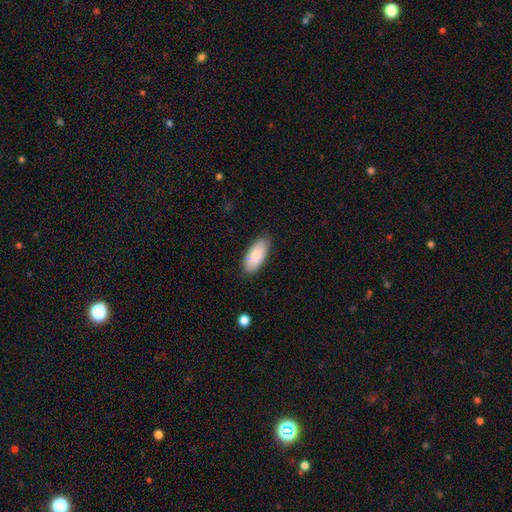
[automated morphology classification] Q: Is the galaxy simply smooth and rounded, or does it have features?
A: smooth — 87%.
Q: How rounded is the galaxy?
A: in between — 86%.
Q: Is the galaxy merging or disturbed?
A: none — 85%.